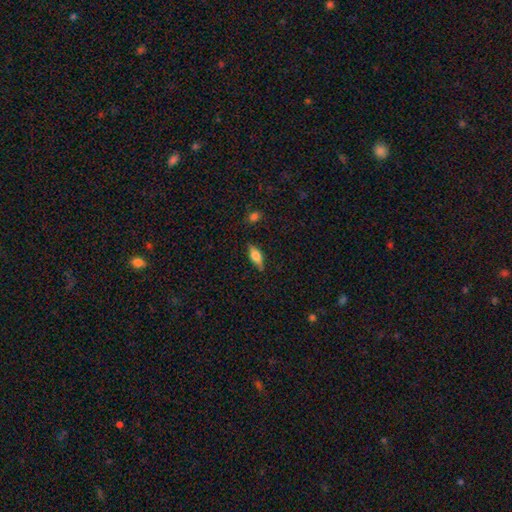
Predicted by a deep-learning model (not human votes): Smooth or featured: smooth — 55% (featured or disk — 37%)
How rounded: in between — 66% (cigar-shaped — 31%)
Merging: none — 83% (minor disturbance — 13%)